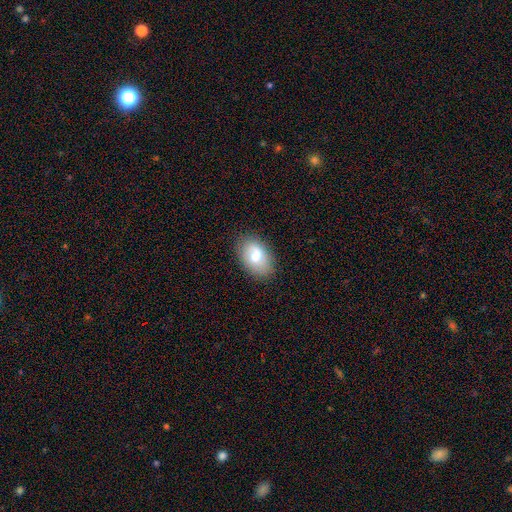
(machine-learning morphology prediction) This is likely a smooth galaxy (68%). How rounded: clearly in between (89%). Merging: clearly none (83%).